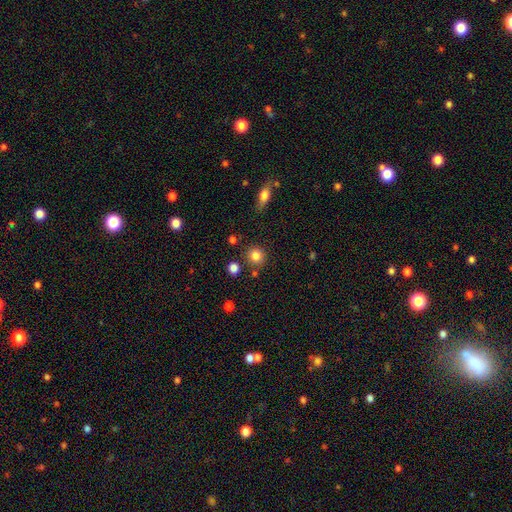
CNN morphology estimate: smooth 84%, star or artifact 11%, featured or disk 5%. Down the decision tree: how rounded — round (90%); merging — none (84%).